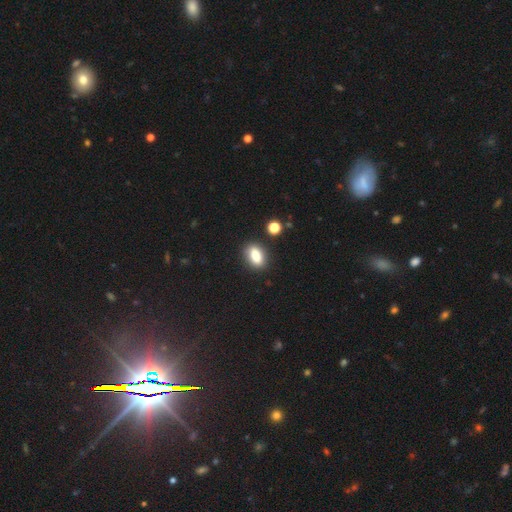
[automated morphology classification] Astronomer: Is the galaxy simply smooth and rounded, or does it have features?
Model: smooth — 82%.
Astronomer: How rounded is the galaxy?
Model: in between — 82%.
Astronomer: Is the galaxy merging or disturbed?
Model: none — 84%.